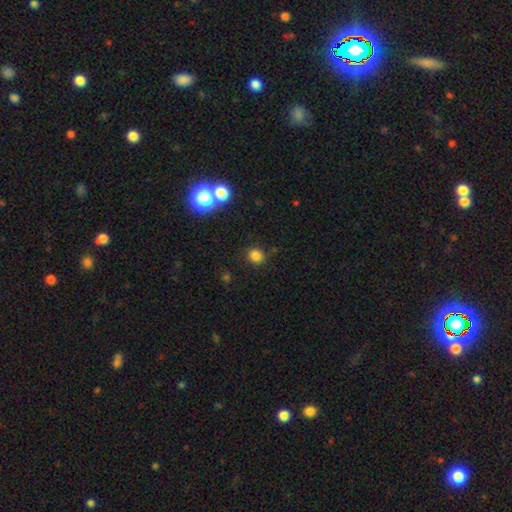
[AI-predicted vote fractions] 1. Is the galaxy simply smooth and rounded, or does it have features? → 81% smooth, 14% star or artifact, 5% featured or disk.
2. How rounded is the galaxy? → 84% round, 15% in between, 1% cigar-shaped.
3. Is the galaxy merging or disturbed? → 85% none, 9% minor disturbance, 3% merger, 3% major disturbance.